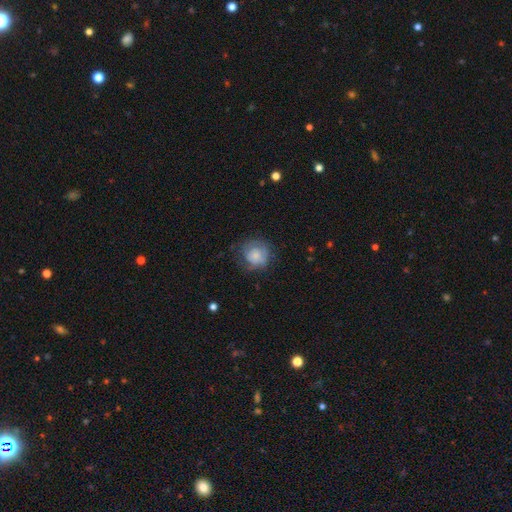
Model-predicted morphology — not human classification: smooth 58%, featured or disk 34%, star or artifact 8%. Down the decision tree: how rounded — round (87%); merging — none (62%).